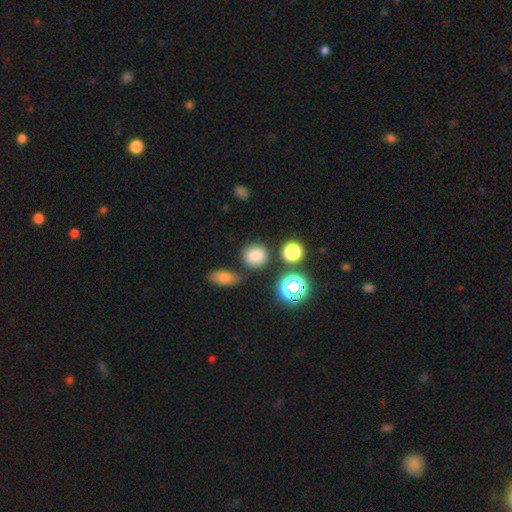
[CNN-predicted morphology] Smooth or featured: smooth — 78% (star or artifact — 16%)
How rounded: round — 79% (in between — 19%)
Merging: none — 78% (minor disturbance — 12%)